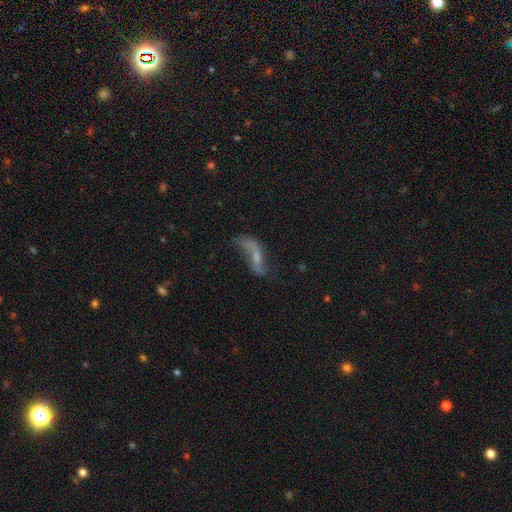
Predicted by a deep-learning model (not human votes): This is likely a featured or disk galaxy (71%). It is clearly not viewed edge-on (89%). Bar: marginally no (40%). Spiral arm pattern: clearly yes (84%). Spiral arm count: clearly 2 (83%). Spiral winding: clearly loose (91%). Central bulge: possibly small (48%). Merging: possibly none (46%).